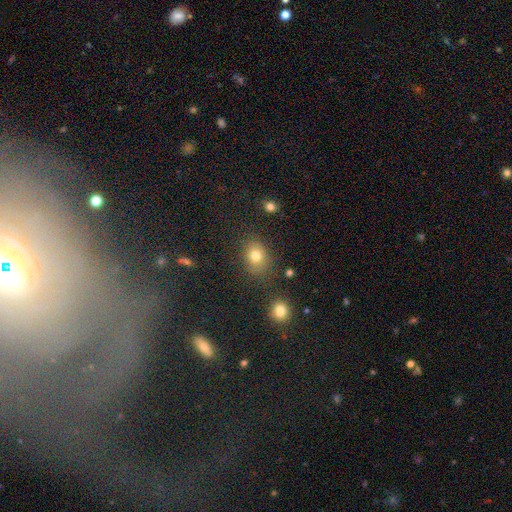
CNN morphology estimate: smooth_or_featured: smooth (p=0.77) [alt: star or artifact p=0.14]
how_rounded: in between (p=0.53) [alt: round p=0.46]
merging: none (p=0.77) [alt: minor disturbance p=0.14]